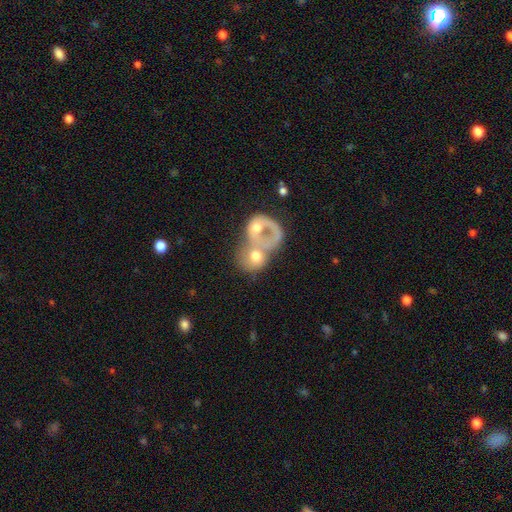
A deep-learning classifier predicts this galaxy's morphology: Smooth or featured? Predicted: smooth (p=0.49). Merging? Predicted: merger (p=0.71).